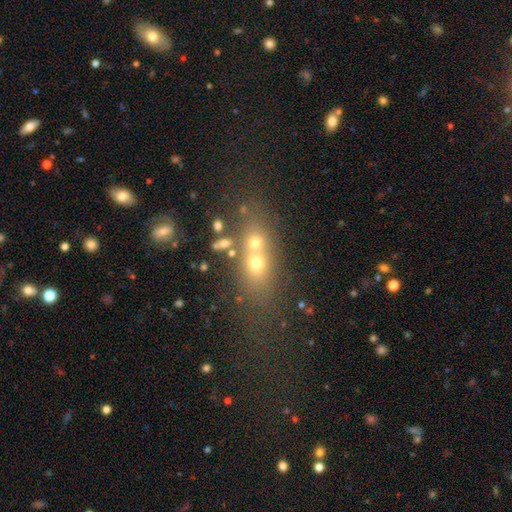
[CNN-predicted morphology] smooth 51%, featured or disk 27%, star or artifact 22%. Down the decision tree: how rounded — in between (45%); merging — merger (53%).